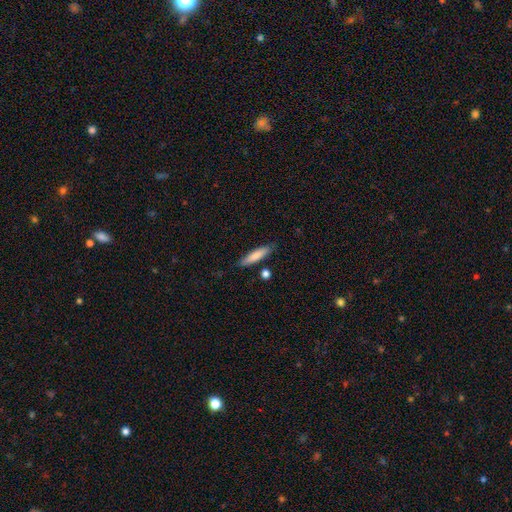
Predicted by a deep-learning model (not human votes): smooth 79%, featured or disk 15%, star or artifact 6%. Down the decision tree: how rounded — cigar-shaped (80%); merging — none (83%).